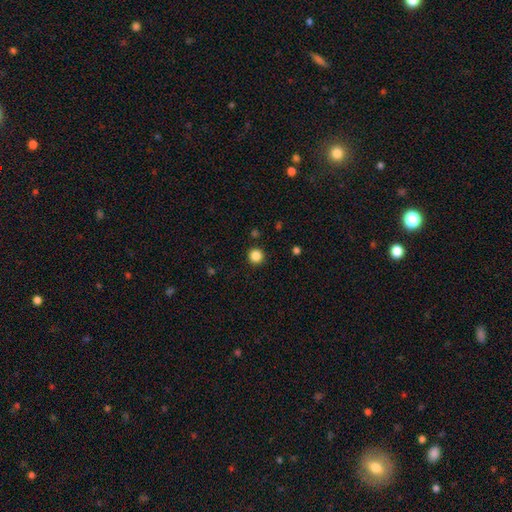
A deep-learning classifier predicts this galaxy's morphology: smooth_or_featured: smooth (p=0.86) [alt: star or artifact p=0.11]
how_rounded: round (p=0.95) [alt: in between p=0.04]
merging: none (p=0.92) [alt: minor disturbance p=0.05]